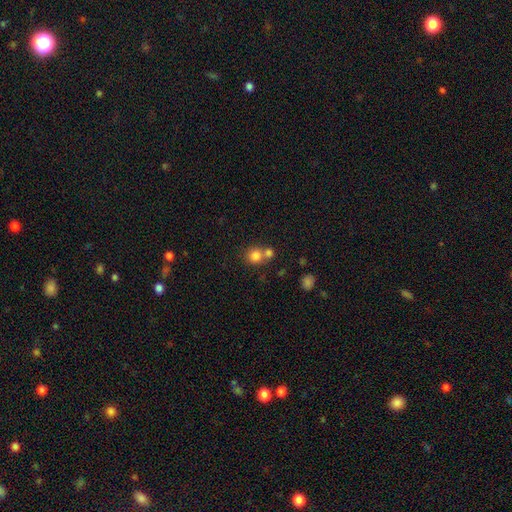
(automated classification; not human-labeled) smooth-or-featured: smooth: 80% | star or artifact: 12% | featured or disk: 8%
  how-rounded: round: 86% | in between: 14% | cigar-shaped: 1%
  merging: none: 49% | merger: 41% | minor disturbance: 7% | major disturbance: 3%